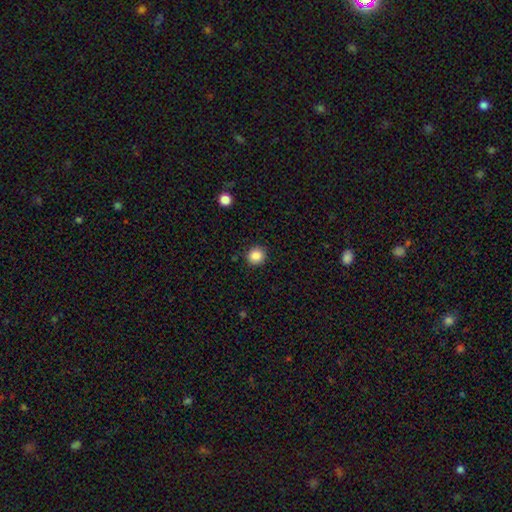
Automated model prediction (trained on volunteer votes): This is clearly a smooth galaxy (86%). How rounded: clearly round (91%). Merging: clearly none (91%).